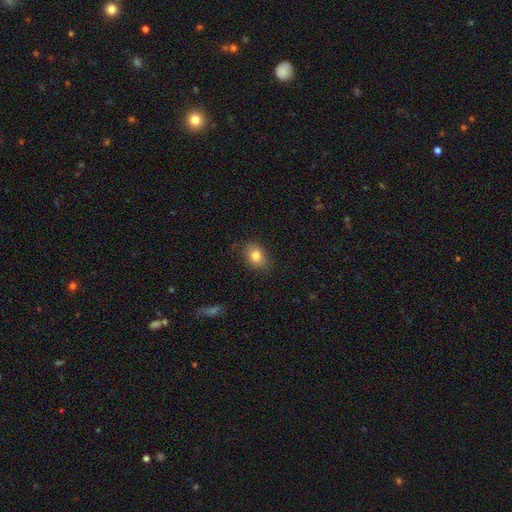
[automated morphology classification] smooth_or_featured: smooth (p=0.81) [alt: star or artifact p=0.09]
how_rounded: in between (p=0.73) [alt: round p=0.25]
merging: none (p=0.80) [alt: minor disturbance p=0.15]